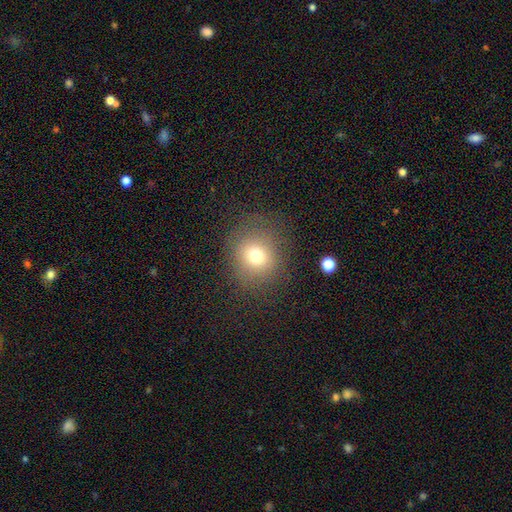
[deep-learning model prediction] Smooth or featured?
  - smooth: 73% *
  - star or artifact: 15%
  - featured or disk: 11%
How rounded?
  - round: 83% *
  - in between: 16%
  - cigar-shaped: 1%
Merging?
  - none: 80% *
  - minor disturbance: 11%
  - major disturbance: 7%
  - merger: 1%